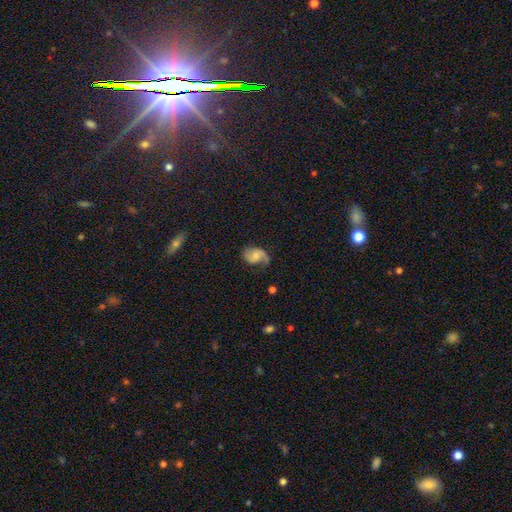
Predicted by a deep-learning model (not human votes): smooth-or-featured: featured or disk: 69% | smooth: 23% | star or artifact: 8%
  disk-edge-on: no: 98% | yes: 2%
    bar: no: 59% | weak: 35% | strong: 7%
    has-spiral-arms: yes: 94% | no: 6%
      spiral-winding: medium: 45% | loose: 37% | tight: 19%
      spiral-arm-count: 2: 75% | 1: 18% | can't tell: 5% | 3: 1% | 4: 1% | more than 4: 1%
    bulge-size: small: 36% | moderate: 34% | none: 20% | large: 7% | dominant: 2%
  merging: none: 61% | minor disturbance: 24% | major disturbance: 12% | merger: 2%